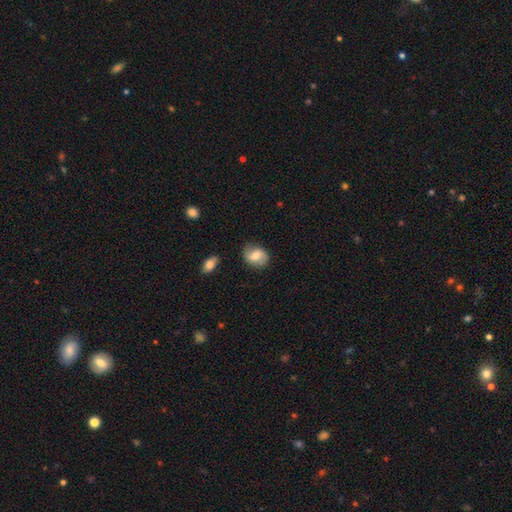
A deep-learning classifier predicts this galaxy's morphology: This is possibly a smooth galaxy (54%). How rounded: possibly in between (50%). Merging: likely none (76%).